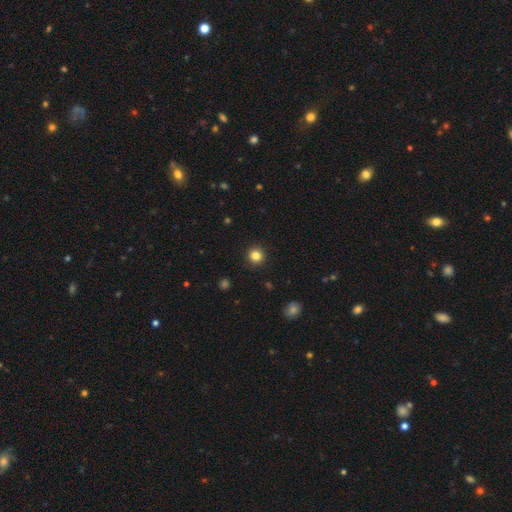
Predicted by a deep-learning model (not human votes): Smooth or featured: smooth — 83% (star or artifact — 12%)
How rounded: round — 92% (in between — 7%)
Merging: none — 91% (minor disturbance — 6%)